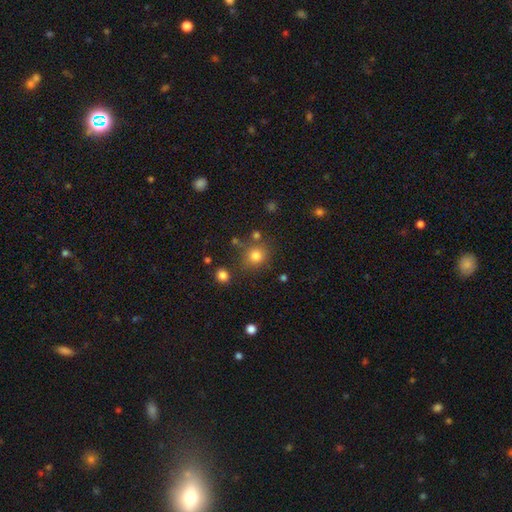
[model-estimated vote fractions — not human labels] Smooth or featured? smooth (79%)
How rounded? round (85%)
Merging? none (76%)